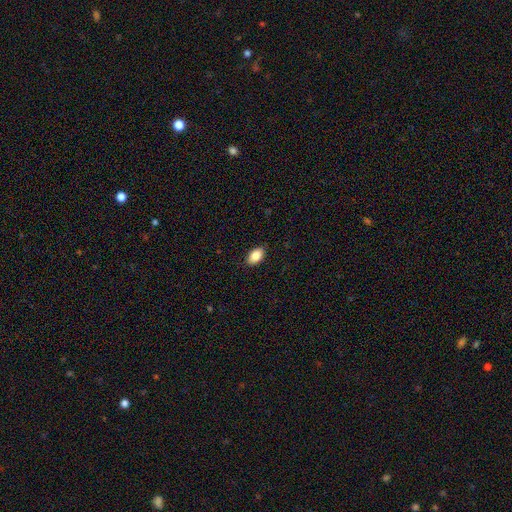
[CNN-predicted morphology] The model was most divided on "smooth or featured": smooth: 86%, star or artifact: 7%, featured or disk: 7%. More confident: how rounded — in between (92%); merging — none (89%).